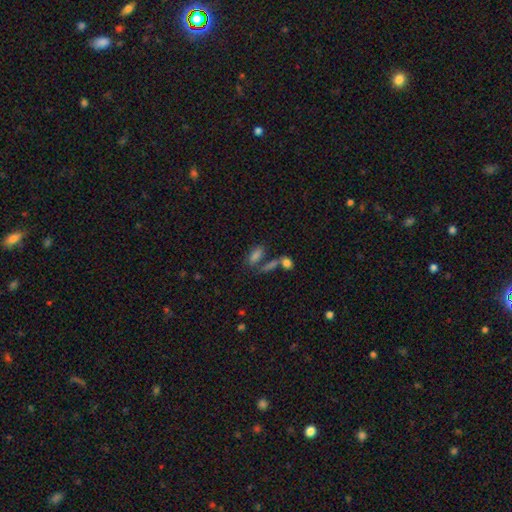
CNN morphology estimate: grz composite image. It shows a smooth galaxy with no disk features (73%) that is in between round and cigar-shaped (74%). Merging: none (50%).